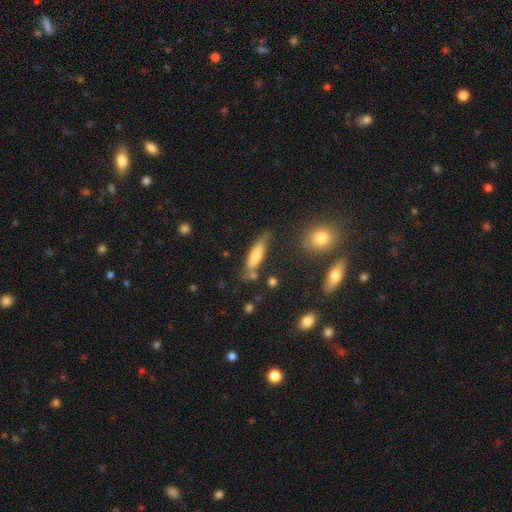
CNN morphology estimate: smooth_or_featured: smooth (p=0.69) [alt: featured or disk p=0.23]
how_rounded: cigar-shaped (p=0.57) [alt: in between p=0.41]
merging: none (p=0.64) [alt: minor disturbance p=0.22]